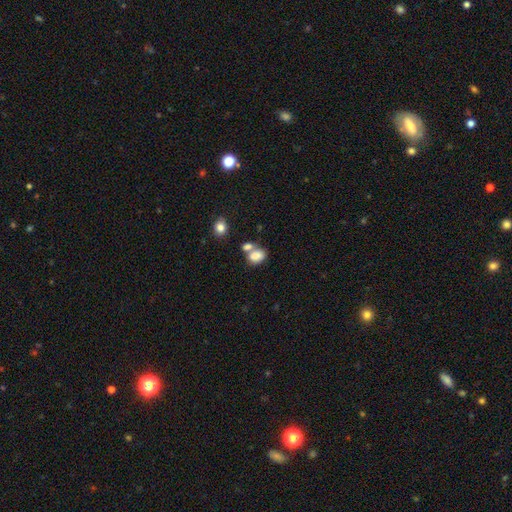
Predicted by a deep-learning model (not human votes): Overall: smooth (81%). How rounded: in between (76%). Merging: merger (44%; none 37%).